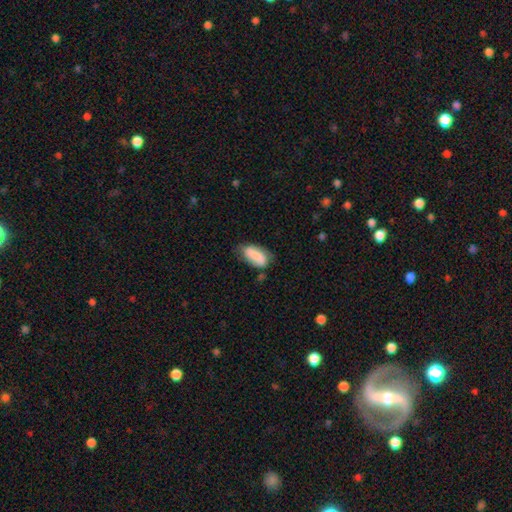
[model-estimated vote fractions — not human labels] Overall: smooth (80%). How rounded: in between (90%). Merging: none (53%; minor disturbance 33%).